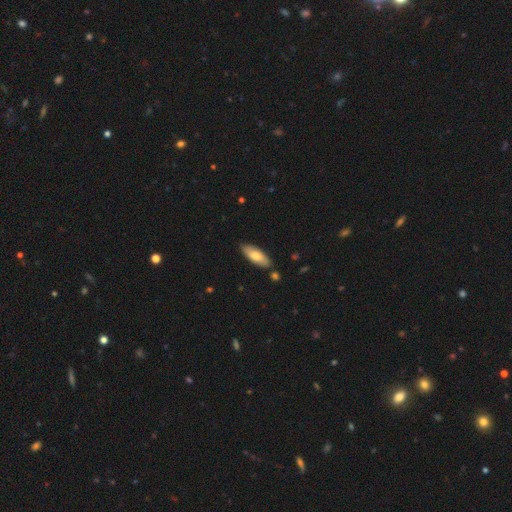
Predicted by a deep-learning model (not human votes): Smooth or featured?
  - smooth: 73% *
  - featured or disk: 21%
  - star or artifact: 6%
How rounded?
  - in between: 71% *
  - cigar-shaped: 27%
  - round: 2%
Merging?
  - none: 84% *
  - minor disturbance: 11%
  - merger: 3%
  - major disturbance: 2%